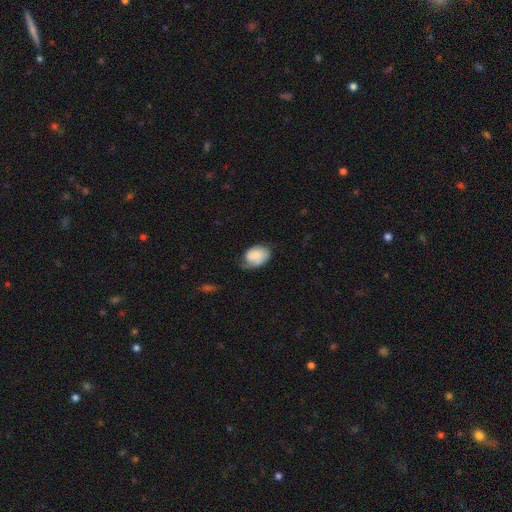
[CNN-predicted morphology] A smooth galaxy with no disk features (68%) that is in between round and cigar-shaped (78%).

Vote fractions:
- Smooth or featured? smooth: 68% / featured or disk: 24% / star or artifact: 7%
- How rounded? in between: 78% / round: 21% / cigar-shaped: 1%
- Merging? none: 41% / minor disturbance: 38% / major disturbance: 18% / merger: 3%